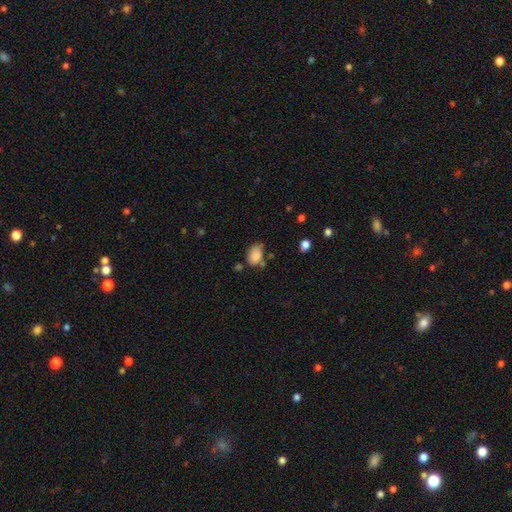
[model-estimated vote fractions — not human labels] A smooth galaxy with no disk features (84%) that is in between round and cigar-shaped (85%).

Vote fractions:
- Smooth or featured? smooth: 84% / star or artifact: 9% / featured or disk: 7%
- How rounded? in between: 85% / round: 14% / cigar-shaped: 1%
- Merging? none: 50% / minor disturbance: 30% / merger: 10% / major disturbance: 9%